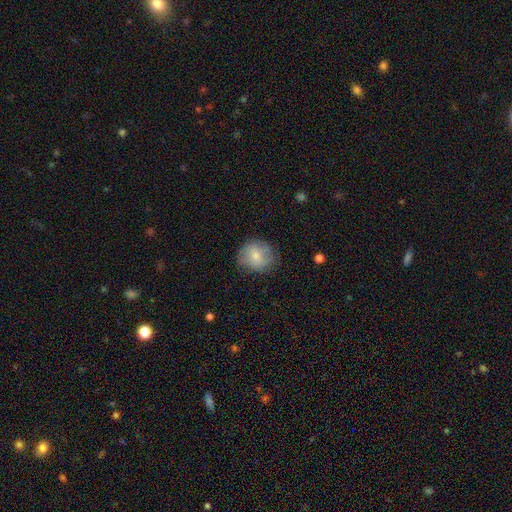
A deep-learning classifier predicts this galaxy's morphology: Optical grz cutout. It shows a smooth galaxy with no disk features (67%) that is round (79%). Merging: none (74%).